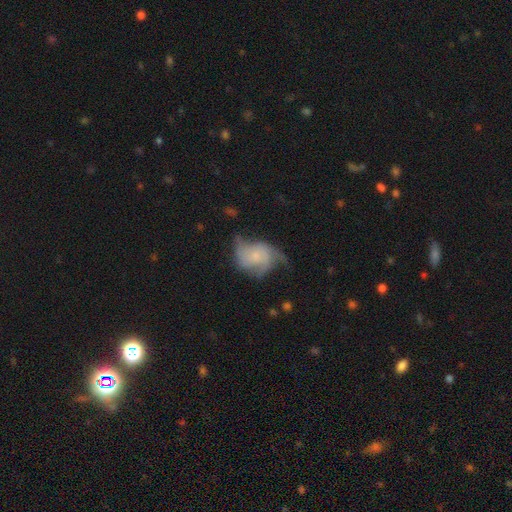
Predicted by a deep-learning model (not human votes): Smooth or featured? Predicted: featured or disk (p=0.58). Edge-on disk? Predicted: no (p=0.97). Bar? Predicted: no (p=0.76). Spiral arms? Predicted: yes (p=0.79). Bulge size? Predicted: small (p=0.49). Merging? Predicted: none (p=0.34).